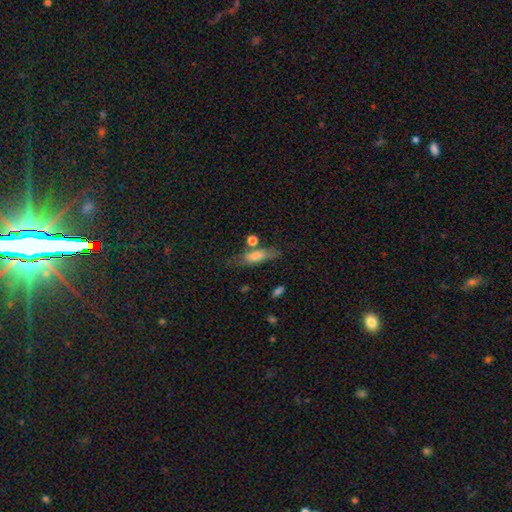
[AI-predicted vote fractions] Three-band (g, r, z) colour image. It shows a smooth galaxy with no disk features (74%) that is in between round and cigar-shaped (53%). Merging: none (55%).